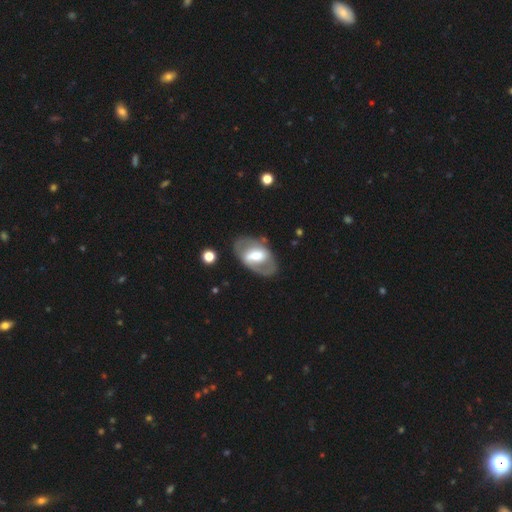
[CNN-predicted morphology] The model was most divided on "bar": strong: 45%, weak: 35%, no: 19%. Remaining: edge-on disk — no (92%); merging — none (68%); smooth or featured — featured or disk (61%); spiral arms — no (55%); bulge size — moderate (48%).